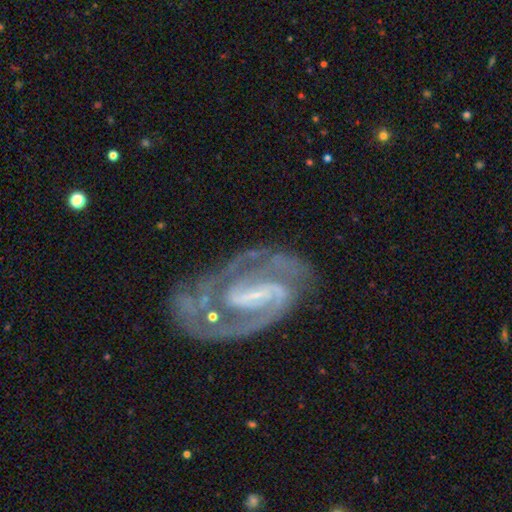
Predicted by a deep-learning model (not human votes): Overall: featured or disk (90%). Edge-on disk: no (97%). Bar: strong (49%; weak 37%). Spiral arms: yes (97%). Spiral arm count: 2 (83%). Spiral winding: medium (47%; tight 42%). Bulge size: small (55%; none 28%). Merging: none (64%).